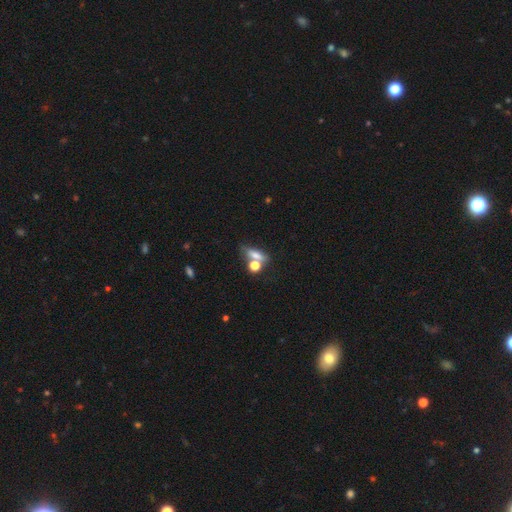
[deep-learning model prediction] This appears to be a smooth galaxy with no disk features (67%) that is in between round and cigar-shaped (52%). Merging: none (48%).